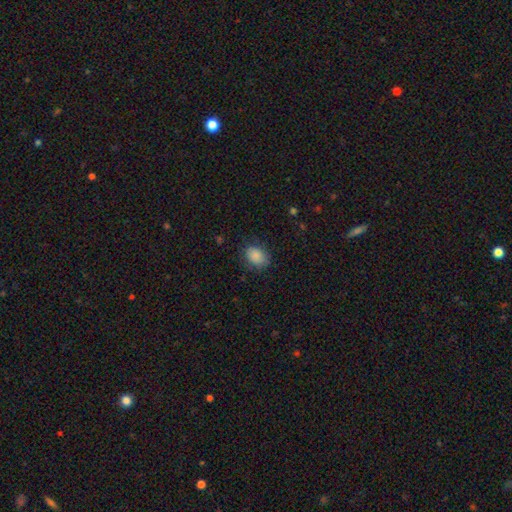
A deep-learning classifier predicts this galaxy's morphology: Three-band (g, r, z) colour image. It shows a smooth galaxy with no disk features (87%) that is in between round and cigar-shaped (66%). Merging: none (80%).